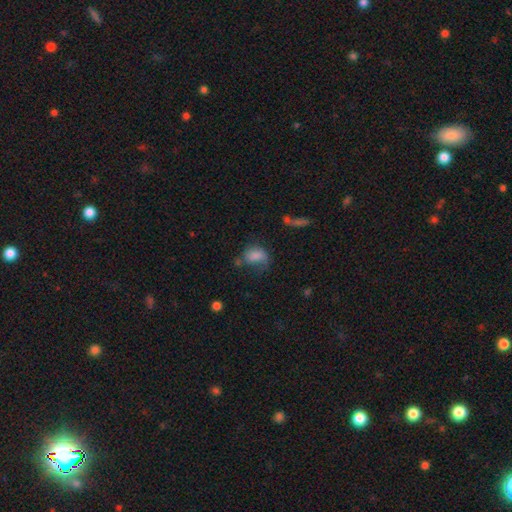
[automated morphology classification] smooth 70%, featured or disk 19%, star or artifact 11%. Down the decision tree: how rounded — in between (73%); merging — none (34%).